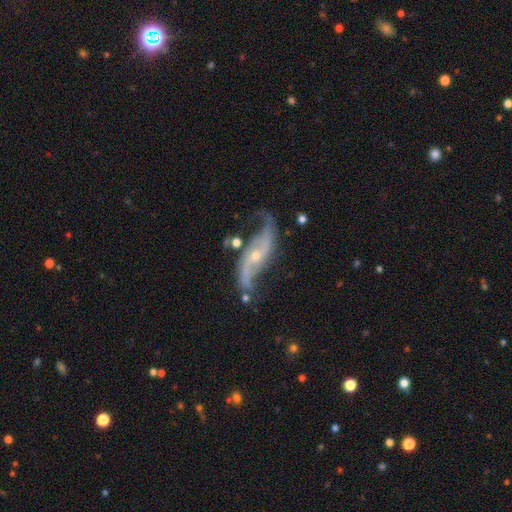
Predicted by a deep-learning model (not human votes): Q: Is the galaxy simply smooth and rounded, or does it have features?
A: featured or disk — 89%.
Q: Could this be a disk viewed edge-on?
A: no — 92%.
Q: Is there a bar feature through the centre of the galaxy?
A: no — 53%.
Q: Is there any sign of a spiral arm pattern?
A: yes — 95%.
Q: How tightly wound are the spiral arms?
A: loose — 81%.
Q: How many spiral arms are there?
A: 2 — 92%.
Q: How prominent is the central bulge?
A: small — 67%.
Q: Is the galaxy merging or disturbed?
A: none — 58%.